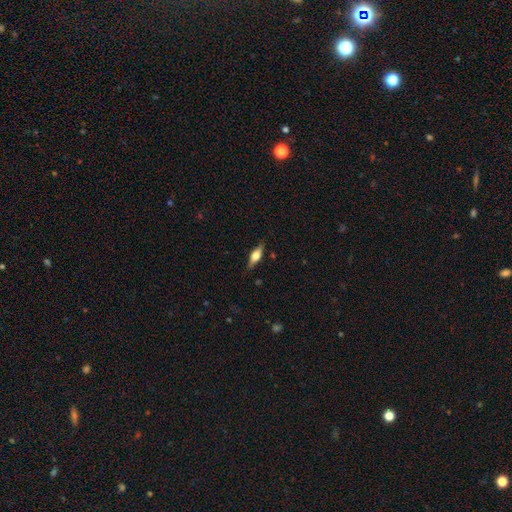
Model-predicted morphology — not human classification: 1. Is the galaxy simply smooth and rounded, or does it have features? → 52% featured or disk, 42% smooth, 7% star or artifact.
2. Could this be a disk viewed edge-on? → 93% yes, 7% no.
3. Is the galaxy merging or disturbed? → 83% none, 13% minor disturbance, 3% major disturbance, 1% merger.